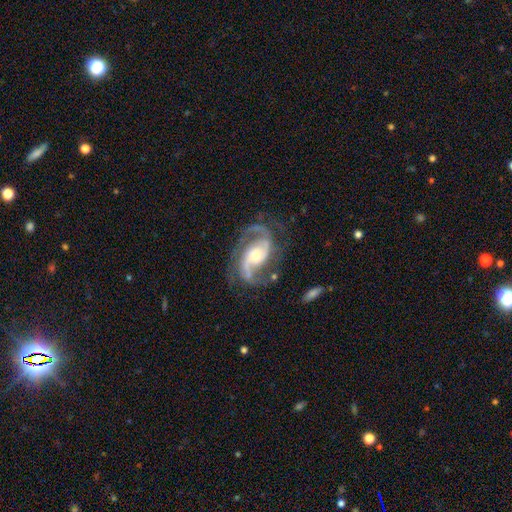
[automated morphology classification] Overall: featured or disk (92%). Edge-on disk: no (97%). Bar: no (54%; weak 32%). Spiral arms: yes (98%). Spiral arm count: 2 (87%). Spiral winding: medium (56%; loose 25%). Bulge size: moderate (59%; small 33%). Merging: none (70%).